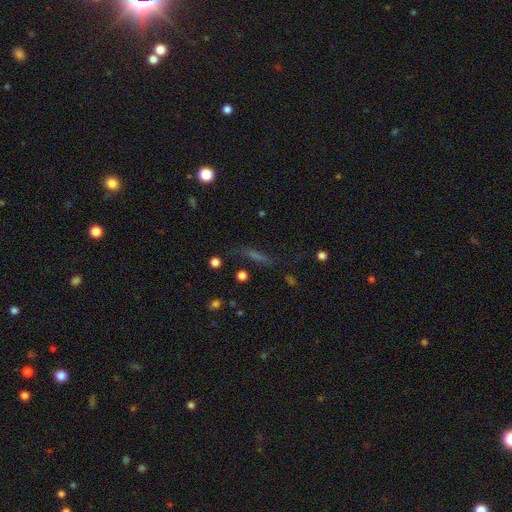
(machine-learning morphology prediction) smooth_or_featured: smooth (p=0.41) [alt: featured or disk p=0.31]
merging: none (p=0.68) [alt: minor disturbance p=0.17]